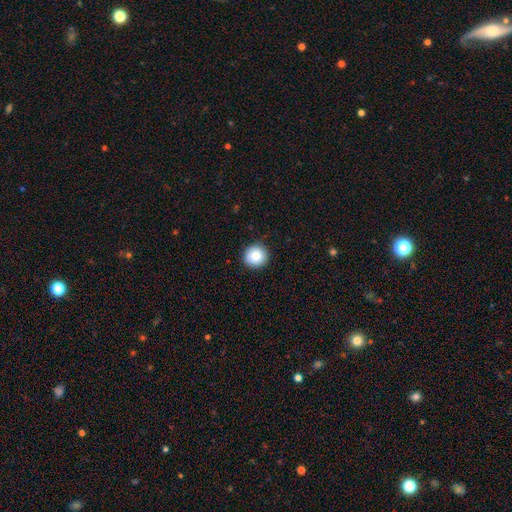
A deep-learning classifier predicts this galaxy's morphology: A smooth galaxy with no disk features (86%) that is round (93%). Merging: none (91%).